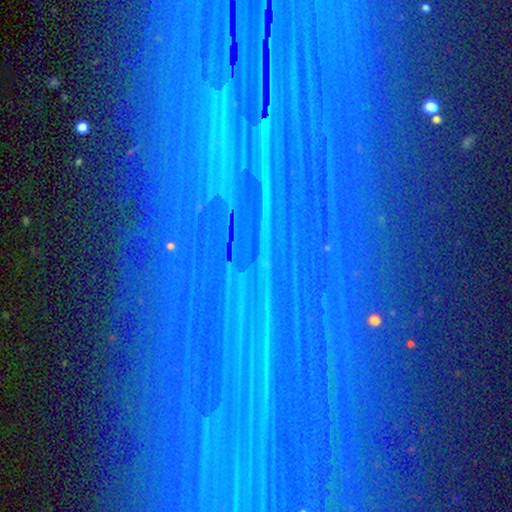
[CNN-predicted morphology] The model was most divided on "smooth or featured": star or artifact: 82%, featured or disk: 10%, smooth: 7%.